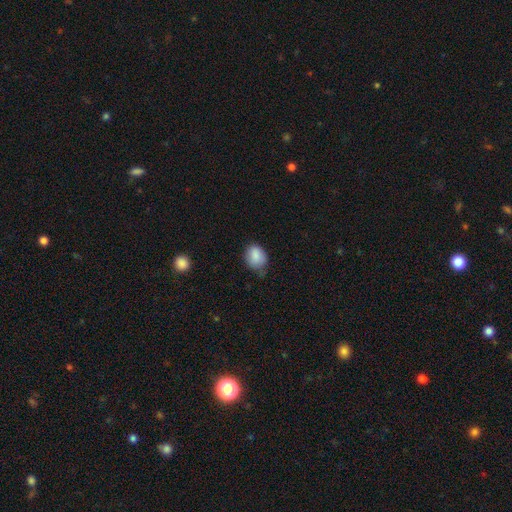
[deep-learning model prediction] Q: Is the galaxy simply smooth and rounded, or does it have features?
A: smooth — 86%.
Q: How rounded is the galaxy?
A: in between — 54%.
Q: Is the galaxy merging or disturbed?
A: none — 58%.